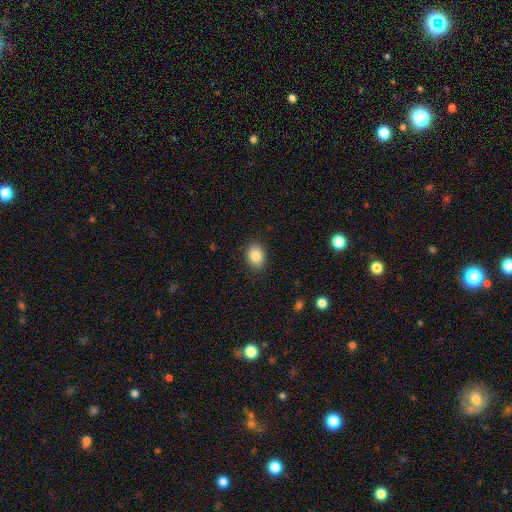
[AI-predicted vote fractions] Overall: smooth (85%). How rounded: in between (67%; round 32%). Merging: none (88%).